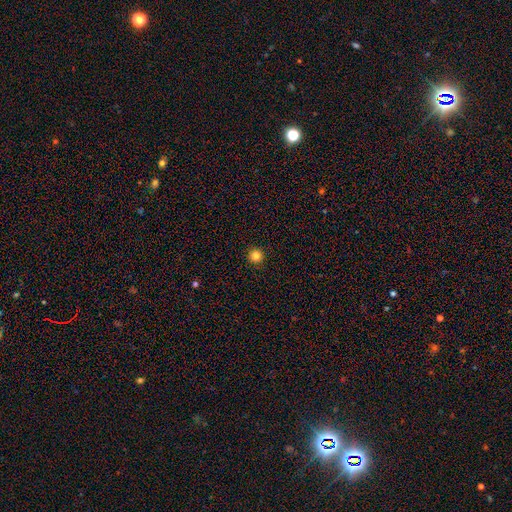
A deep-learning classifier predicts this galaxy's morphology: smooth_or_featured: smooth (p=0.83) [alt: star or artifact p=0.13]
how_rounded: round (p=0.96) [alt: in between p=0.03]
merging: none (p=0.94) [alt: minor disturbance p=0.04]